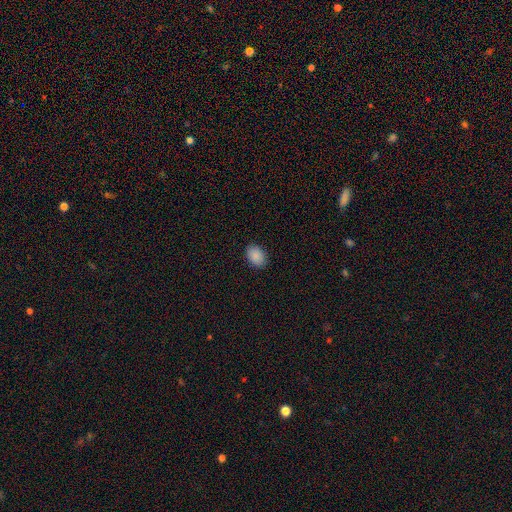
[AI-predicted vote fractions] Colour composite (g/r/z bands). It shows a smooth galaxy with no disk features (89%) that is in between round and cigar-shaped (79%). Merging: none (89%).